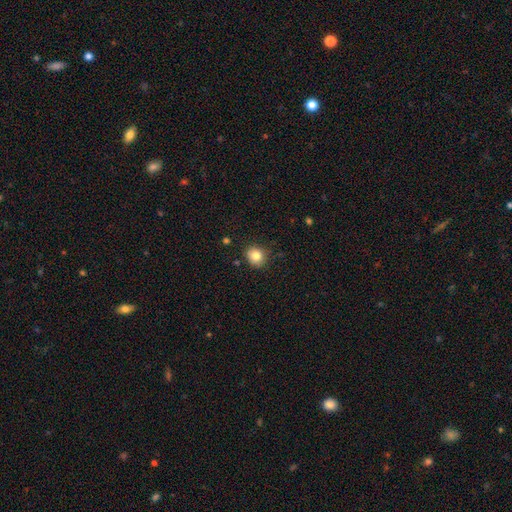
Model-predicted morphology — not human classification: Smooth or featured: smooth — 84% (star or artifact — 10%)
How rounded: round — 77% (in between — 23%)
Merging: none — 85% (minor disturbance — 11%)